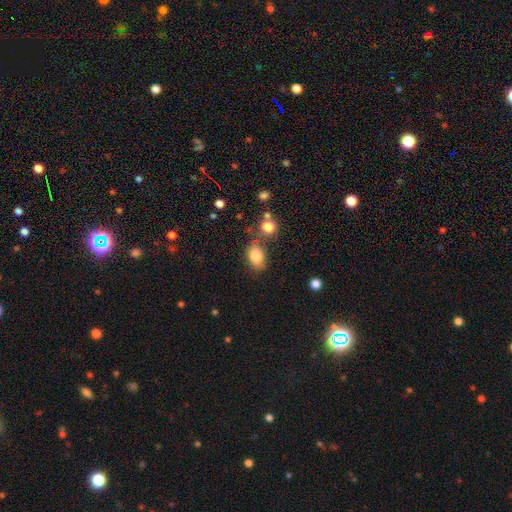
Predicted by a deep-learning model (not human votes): Smooth or featured: smooth — 82% (star or artifact — 10%)
How rounded: in between — 70% (round — 29%)
Merging: none — 64% (minor disturbance — 16%)